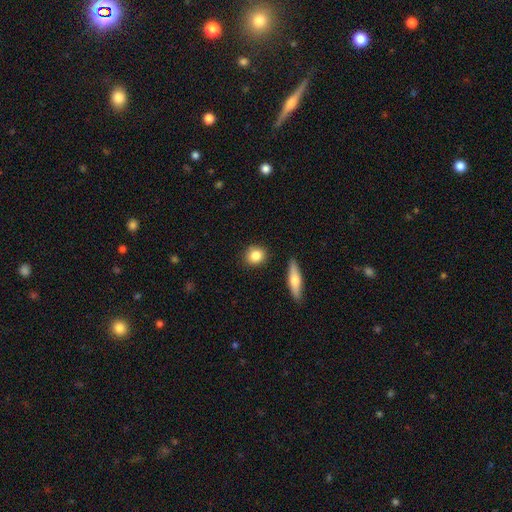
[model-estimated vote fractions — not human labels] Smooth or featured? smooth (84%)
How rounded? round (76%)
Merging? none (88%)